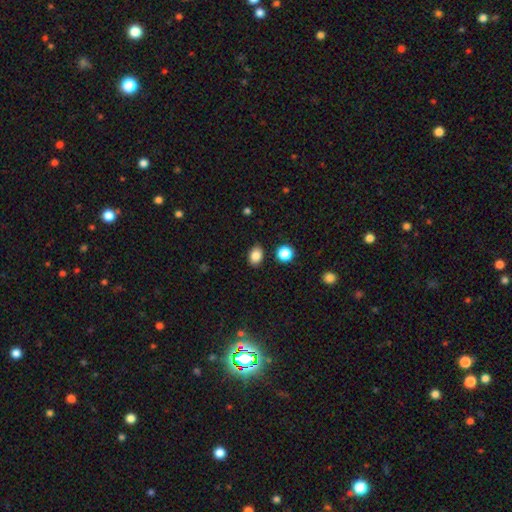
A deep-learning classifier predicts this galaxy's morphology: Smooth or featured? Predicted: smooth (p=0.85). How rounded? Predicted: in between (p=0.74). Merging? Predicted: none (p=0.86).